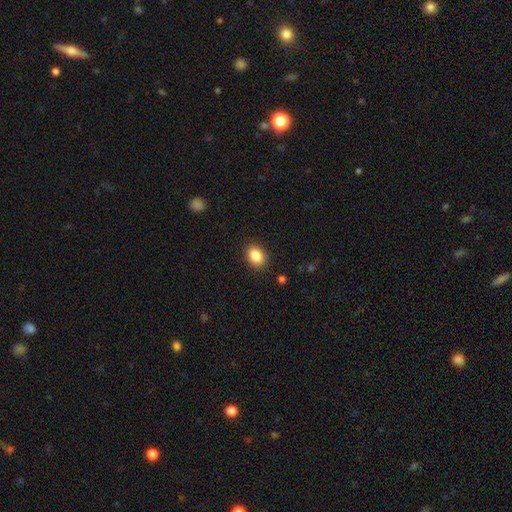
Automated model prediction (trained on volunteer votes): Smooth or featured? smooth (87%)
How rounded? in between (66%)
Merging? none (87%)